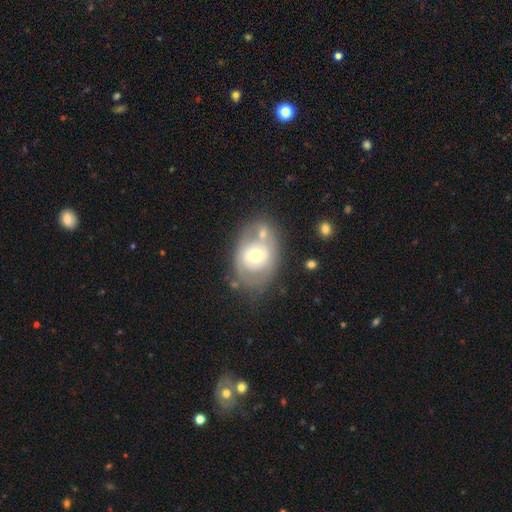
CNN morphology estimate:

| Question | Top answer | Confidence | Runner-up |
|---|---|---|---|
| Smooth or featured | featured or disk | 59% | smooth (35%) |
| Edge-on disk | no | 94% | yes (6%) |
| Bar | no | 66% | weak (25%) |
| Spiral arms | no | 69% | yes (31%) |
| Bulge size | moderate | 72% | large (15%) |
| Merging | none | 53% | minor disturbance (21%) |